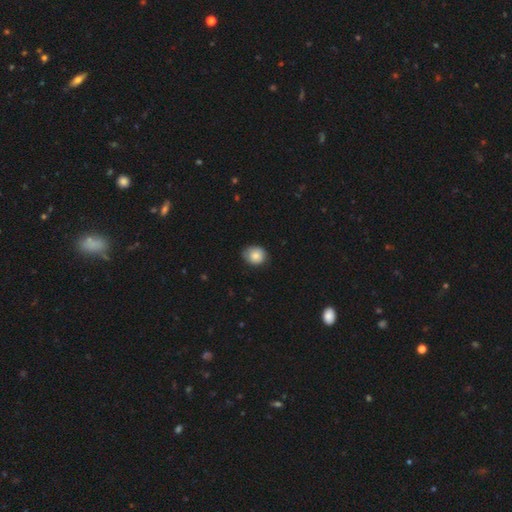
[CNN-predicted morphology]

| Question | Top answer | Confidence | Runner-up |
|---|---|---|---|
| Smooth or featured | smooth | 84% | star or artifact (8%) |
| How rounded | round | 74% | in between (25%) |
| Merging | none | 75% | minor disturbance (21%) |